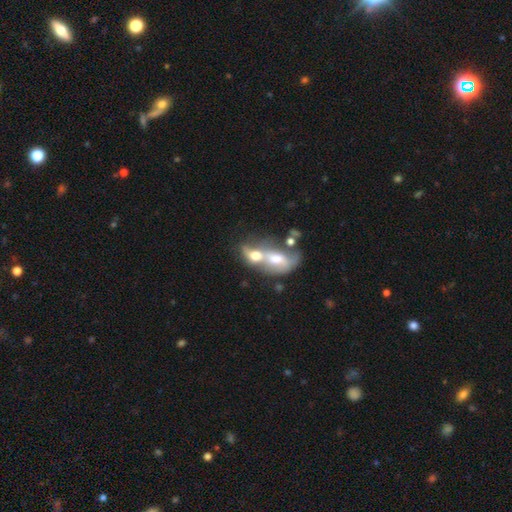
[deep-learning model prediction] A smooth galaxy with no disk features (50%) that is in between round and cigar-shaped (72%).

Vote fractions:
- Smooth or featured? smooth: 50% / featured or disk: 40% / star or artifact: 10%
- How rounded? in between: 72% / round: 22% / cigar-shaped: 6%
- Merging? merger: 79% / none: 9% / major disturbance: 7% / minor disturbance: 5%